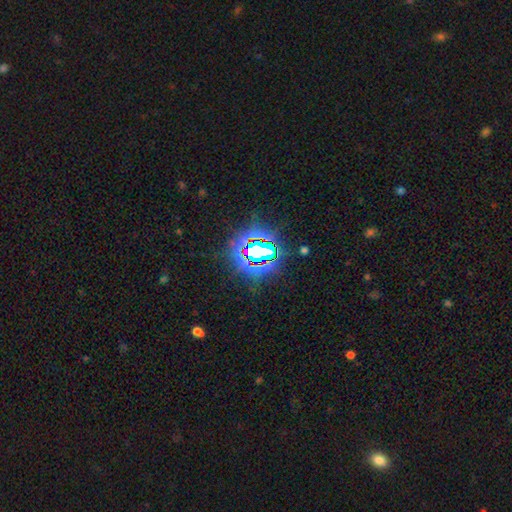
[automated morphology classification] smooth-or-featured: star or artifact: 77% | smooth: 12% | featured or disk: 11%